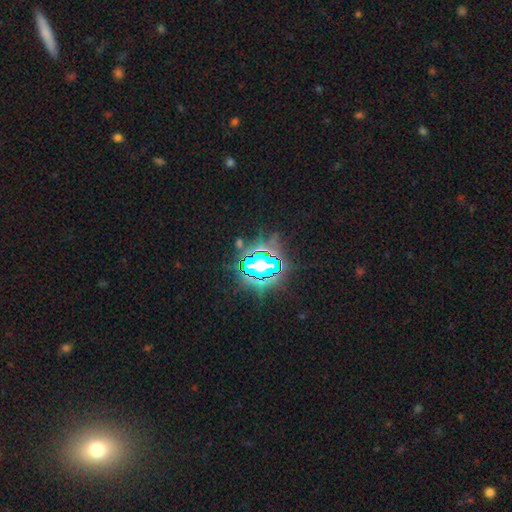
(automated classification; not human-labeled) Smooth or featured? star or artifact (81%)